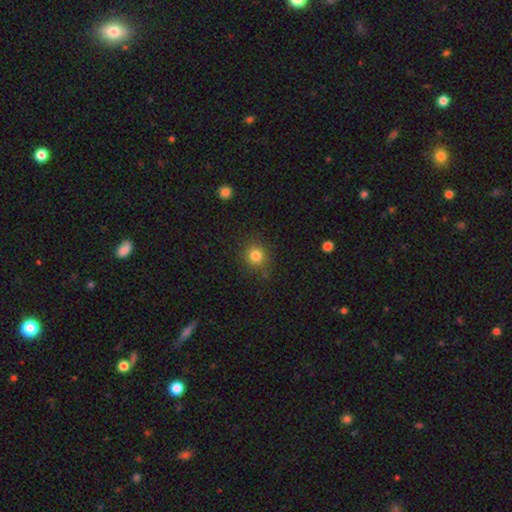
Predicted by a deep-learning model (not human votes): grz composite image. It shows a smooth galaxy with no disk features (82%) that is round (89%). Merging: none (85%).